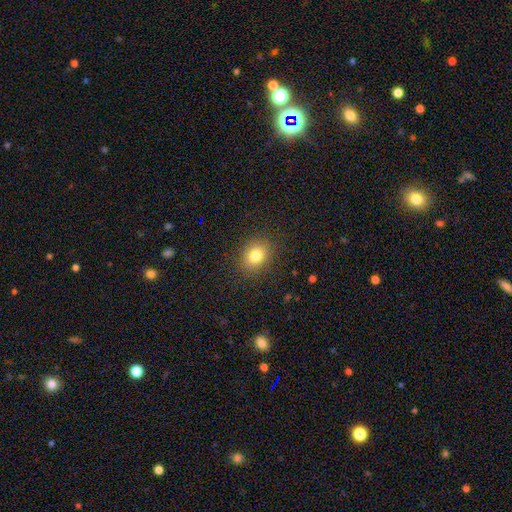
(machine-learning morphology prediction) Overall: smooth (80%). How rounded: round (51%; in between 48%). Merging: none (88%).